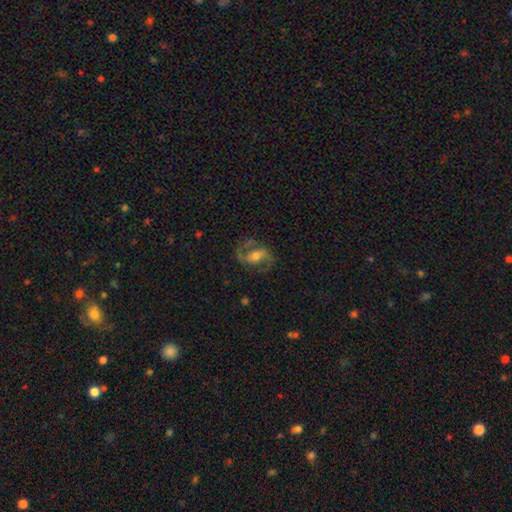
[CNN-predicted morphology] This appears to be a featured or disk galaxy (76%) with a weak bar (37%, tied with strong), 2 (87%) medium (53%) spiral arms (87%) and a moderate central bulge (59%). Merging: none (73%).